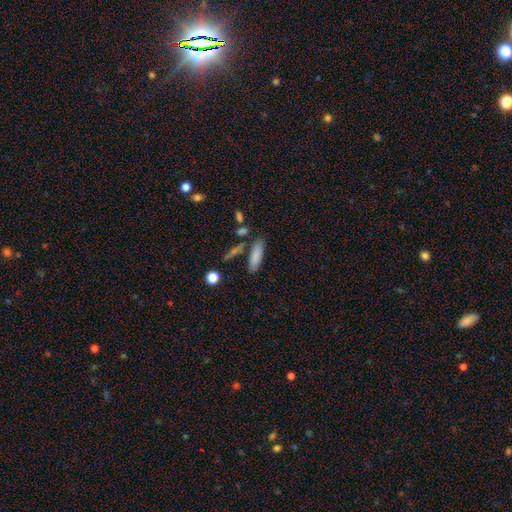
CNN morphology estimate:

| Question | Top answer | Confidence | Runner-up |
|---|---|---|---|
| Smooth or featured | smooth | 82% | featured or disk (10%) |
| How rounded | cigar-shaped | 55% | in between (42%) |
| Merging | none | 74% | minor disturbance (13%) |